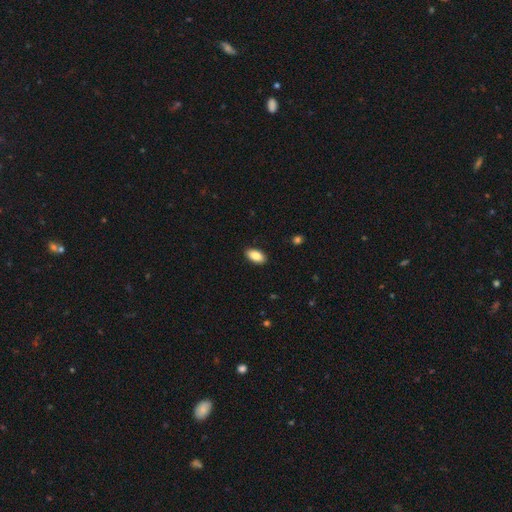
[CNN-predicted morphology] This appears to be a smooth galaxy with no disk features (86%) that is in between round and cigar-shaped (93%). Merging: none (90%).